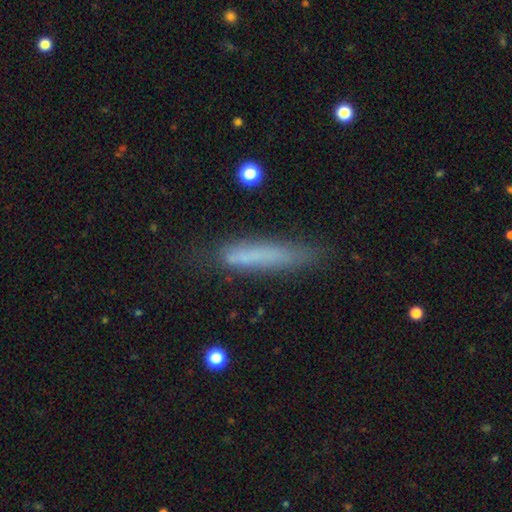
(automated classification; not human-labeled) This is likely a smooth galaxy (65%). How rounded: clearly cigar-shaped (90%). Merging: likely none (72%).